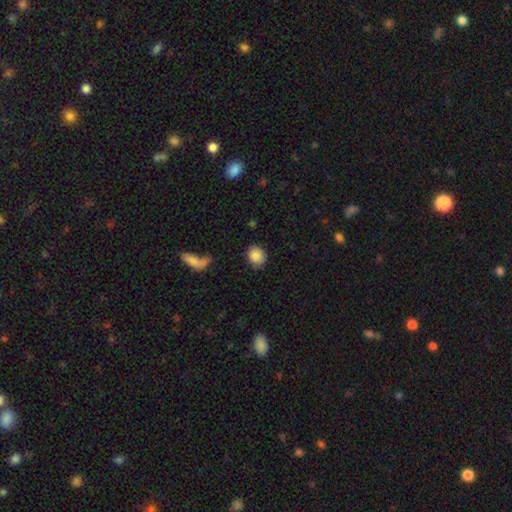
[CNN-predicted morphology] smooth_or_featured: smooth (p=0.87) [alt: star or artifact p=0.08]
how_rounded: round (p=0.72) [alt: in between p=0.27]
merging: none (p=0.83) [alt: minor disturbance p=0.11]